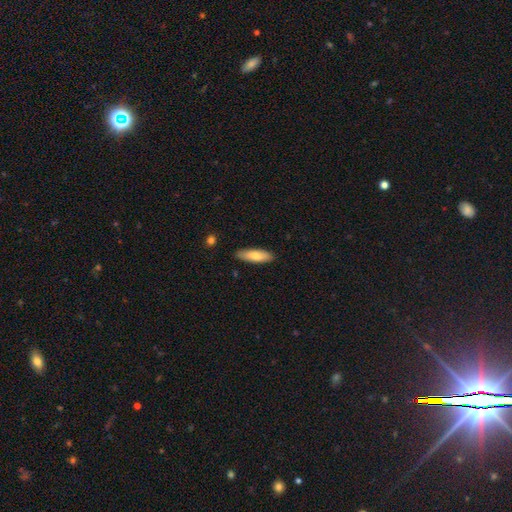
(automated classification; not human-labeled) Q: Smooth or featured?
A: smooth (77%); runner-up: featured or disk (17%)
Q: How rounded?
A: cigar-shaped (53%); runner-up: in between (46%)
Q: Merging?
A: none (88%); runner-up: minor disturbance (10%)